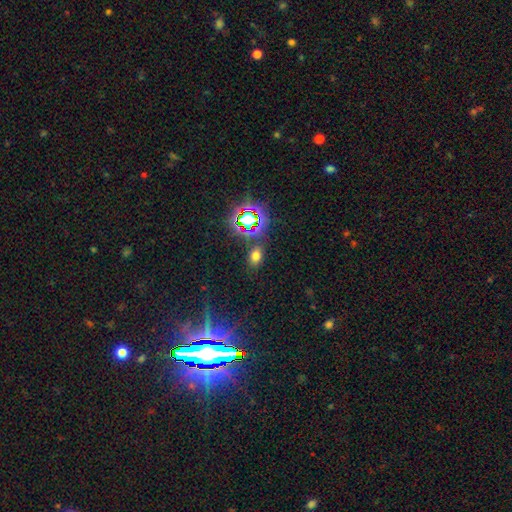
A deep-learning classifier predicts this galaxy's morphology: smooth_or_featured: smooth (p=0.63) [alt: star or artifact p=0.30]
how_rounded: in between (p=0.76) [alt: round p=0.22]
merging: none (p=0.82) [alt: minor disturbance p=0.10]